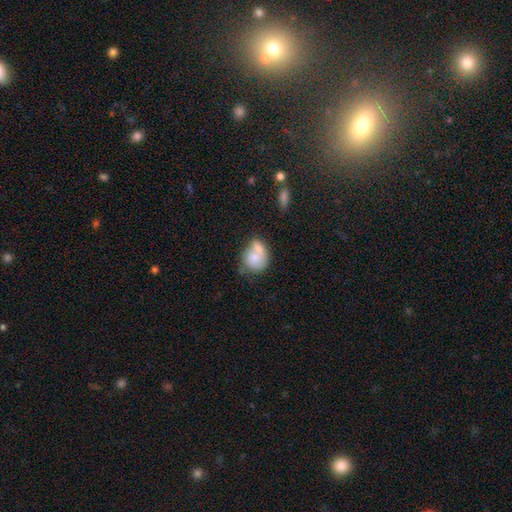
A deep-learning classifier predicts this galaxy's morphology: Smooth or featured: smooth — 74% (featured or disk — 19%)
How rounded: round — 59% (in between — 39%)
Merging: merger — 57% (none — 25%)